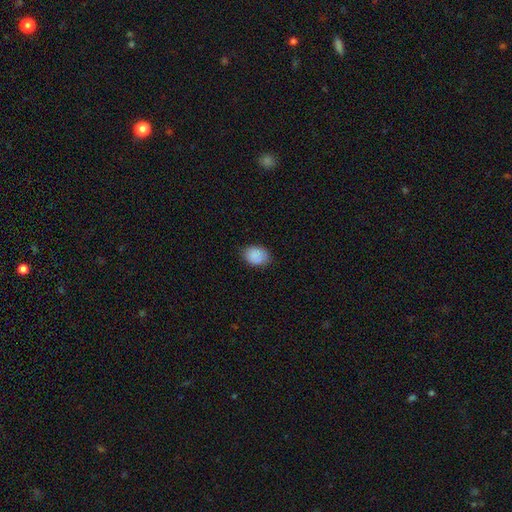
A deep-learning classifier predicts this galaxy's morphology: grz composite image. It shows a smooth galaxy with no disk features (88%) that is in between round and cigar-shaped (70%). Merging: none (79%).